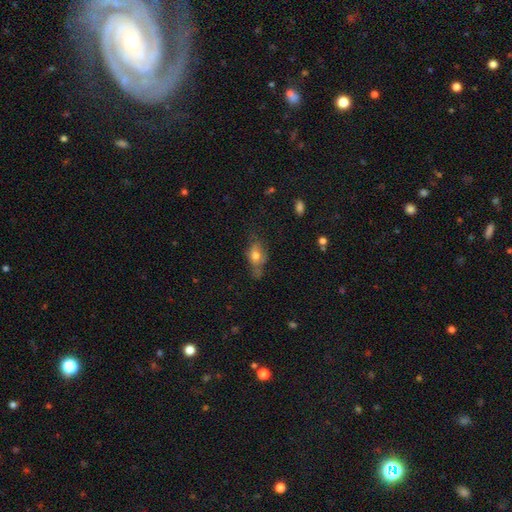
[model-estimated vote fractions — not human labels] Overall: smooth (63%; featured or disk 26%). How rounded: in between (78%). Merging: none (43%; minor disturbance 32%).